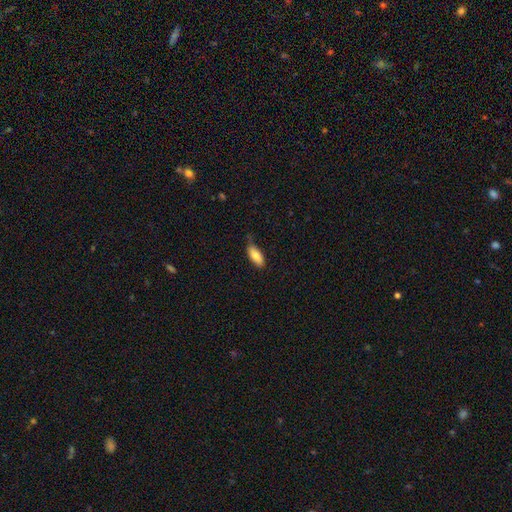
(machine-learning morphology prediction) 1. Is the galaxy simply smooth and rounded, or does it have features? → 83% smooth, 10% featured or disk, 6% star or artifact.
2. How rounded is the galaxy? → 80% in between, 18% cigar-shaped, 2% round.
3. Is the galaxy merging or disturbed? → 63% none, 30% minor disturbance, 5% major disturbance, 2% merger.